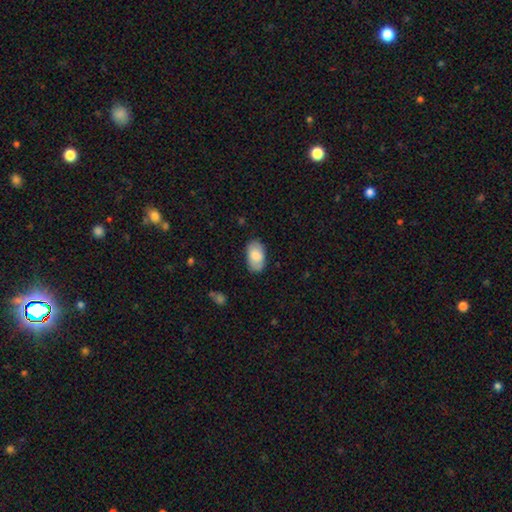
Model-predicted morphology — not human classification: The model was most divided on "merging": none: 80%, minor disturbance: 15%, major disturbance: 3%, merger: 1%. More confident: how rounded — in between (94%); smooth or featured — smooth (80%).